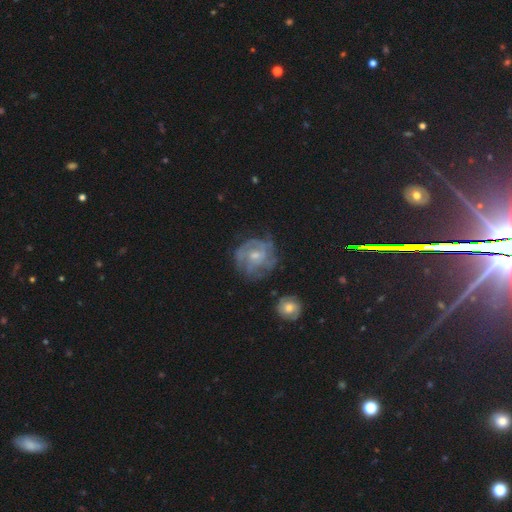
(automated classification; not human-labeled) smooth-or-featured: featured or disk: 73% | smooth: 19% | star or artifact: 8%
  disk-edge-on: no: 97% | yes: 3%
    bar: no: 67% | weak: 28% | strong: 4%
    has-spiral-arms: yes: 81% | no: 19%
      spiral-winding: tight: 57% | medium: 32% | loose: 11%
      spiral-arm-count: can't tell: 46% | 3: 20% | 2: 15% | 4: 9% | 1: 5% | more than 4: 4%
    bulge-size: small: 50% | moderate: 44% | none: 3% | large: 2% | dominant: 1%
  merging: none: 64% | minor disturbance: 21% | major disturbance: 12% | merger: 3%